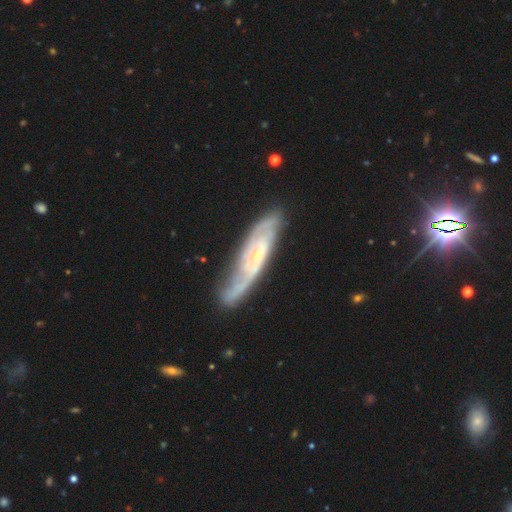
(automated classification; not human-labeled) Smooth or featured: featured or disk — 81% (smooth — 13%)
Edge-on disk: no — 78% (yes — 22%)
Bar: no — 47% (weak — 41%)
Spiral arms: yes — 94% (no — 6%)
Spiral winding: tight — 51% (medium — 38%)
Spiral arm count: 2 — 50% (can't tell — 29%)
Bulge size: small — 67% (moderate — 19%)
Merging: none — 69% (minor disturbance — 20%)